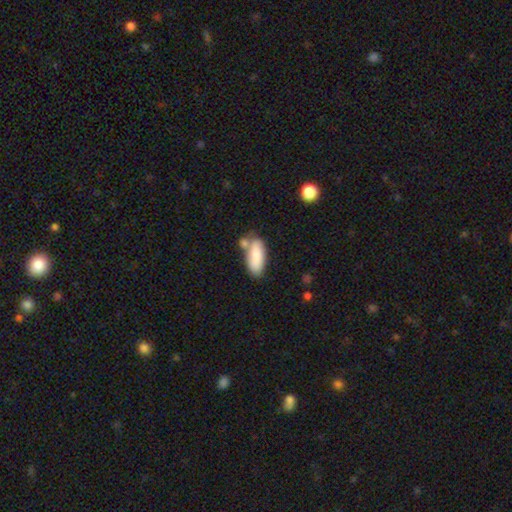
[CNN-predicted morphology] Overall: smooth (81%). How rounded: in between (79%). Merging: none (51%; merger 25%).